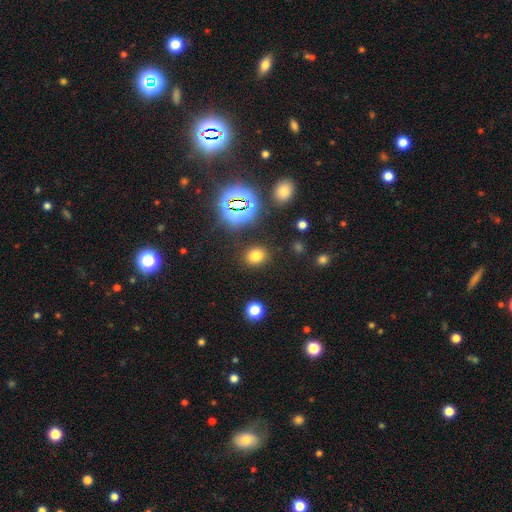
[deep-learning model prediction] smooth-or-featured: smooth: 73% | star or artifact: 20% | featured or disk: 7%
  how-rounded: round: 58% | in between: 41% | cigar-shaped: 1%
  merging: none: 87% | minor disturbance: 8% | major disturbance: 3% | merger: 2%